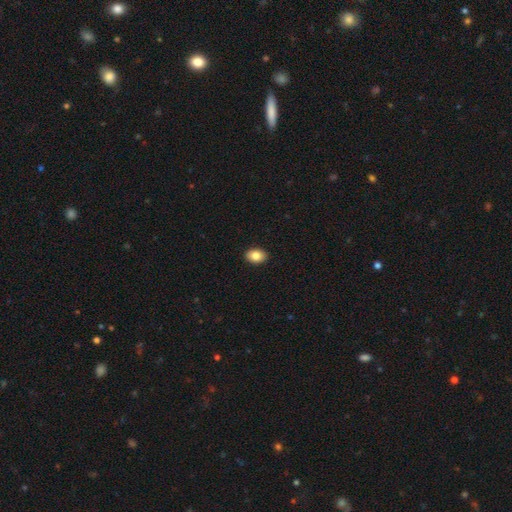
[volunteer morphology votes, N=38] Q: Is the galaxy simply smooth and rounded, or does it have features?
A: smooth — 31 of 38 (82%).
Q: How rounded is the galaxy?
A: in between — 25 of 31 (81%).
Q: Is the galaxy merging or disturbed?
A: none — 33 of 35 (94%).